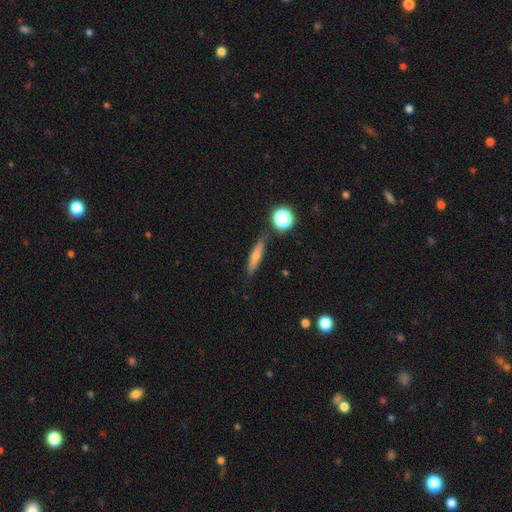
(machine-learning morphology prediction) smooth 65%, featured or disk 25%, star or artifact 10%. Down the decision tree: how rounded — cigar-shaped (78%); merging — none (82%).